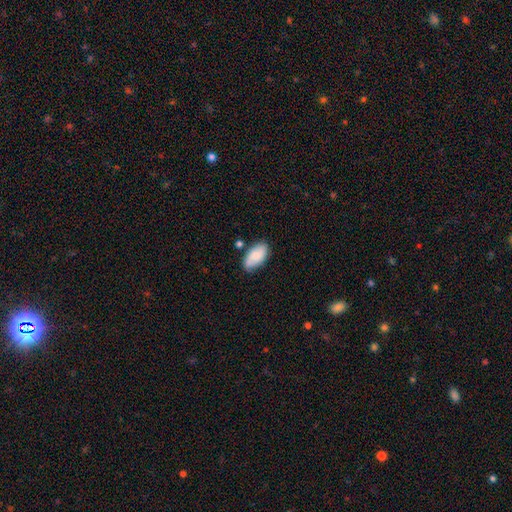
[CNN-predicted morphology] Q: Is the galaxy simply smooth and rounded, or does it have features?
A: smooth — 74%.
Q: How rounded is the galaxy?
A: in between — 94%.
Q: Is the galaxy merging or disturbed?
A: none — 71%.